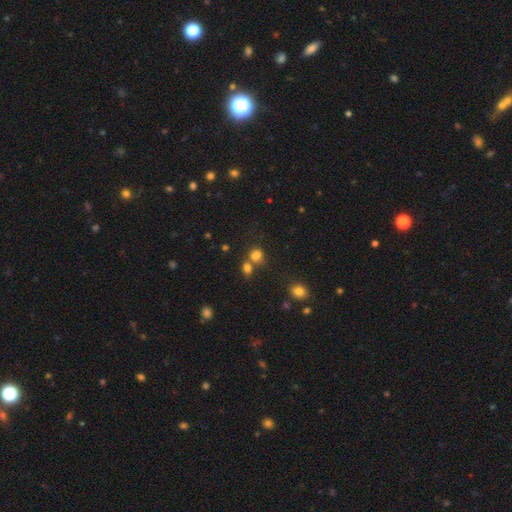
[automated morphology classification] smooth 74%, star or artifact 18%, featured or disk 8%. Down the decision tree: how rounded — round (61%); merging — none (45%).